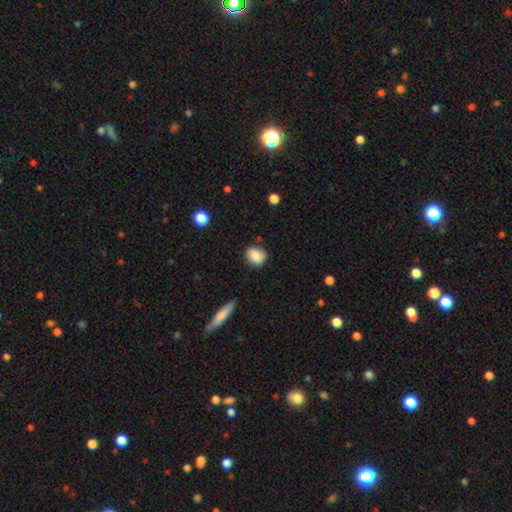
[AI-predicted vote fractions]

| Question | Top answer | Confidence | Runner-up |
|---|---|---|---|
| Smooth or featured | smooth | 83% | featured or disk (8%) |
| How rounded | round | 56% | in between (43%) |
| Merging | none | 78% | minor disturbance (17%) |